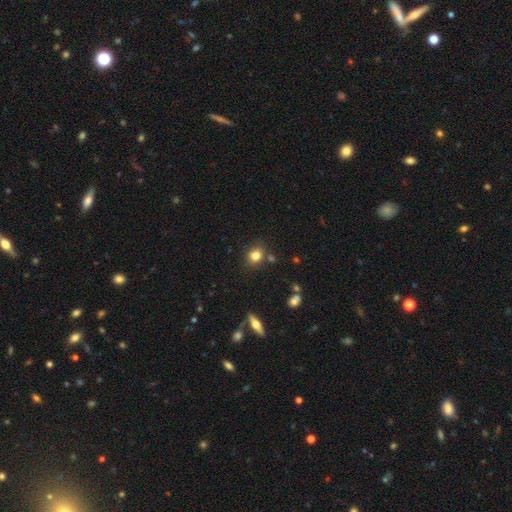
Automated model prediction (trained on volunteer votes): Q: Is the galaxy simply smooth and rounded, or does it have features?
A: smooth — 80%.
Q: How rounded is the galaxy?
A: round — 67%.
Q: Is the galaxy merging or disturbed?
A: none — 76%.